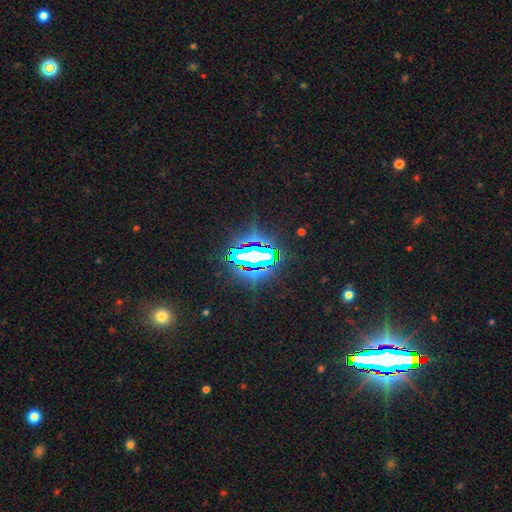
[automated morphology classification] Smooth or featured: star or artifact — 75% (smooth — 13%)